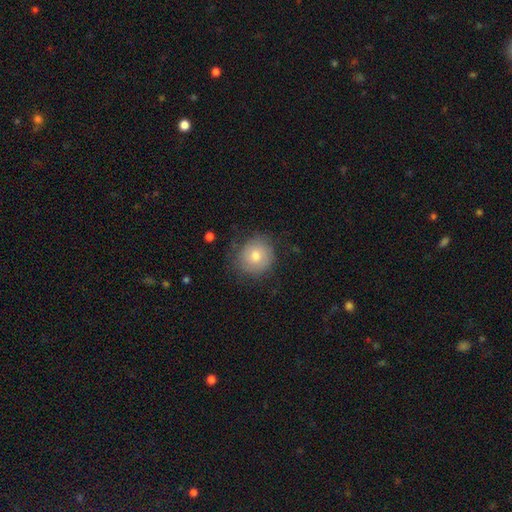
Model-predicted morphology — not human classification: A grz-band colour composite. It shows a smooth galaxy with no disk features (71%) that is round (87%). Merging: none (74%).